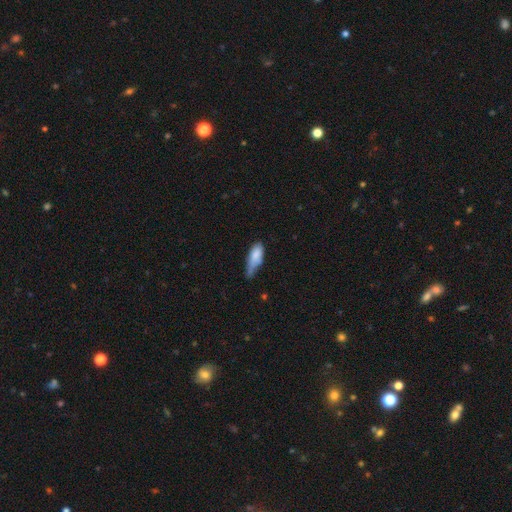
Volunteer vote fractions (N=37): Q: Smooth or featured?
A: smooth (84%); runner-up: featured or disk (11%)
Q: How rounded?
A: in between (58%); runner-up: cigar-shaped (42%)
Q: Merging?
A: minor disturbance (54%); runner-up: none (31%)